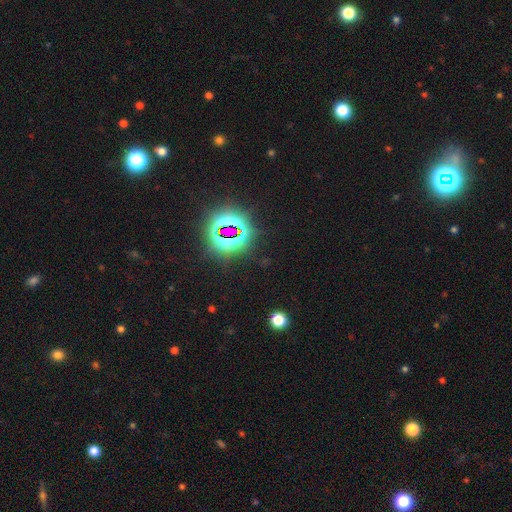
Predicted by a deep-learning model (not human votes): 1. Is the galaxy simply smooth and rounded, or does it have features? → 78% star or artifact, 14% smooth, 8% featured or disk.